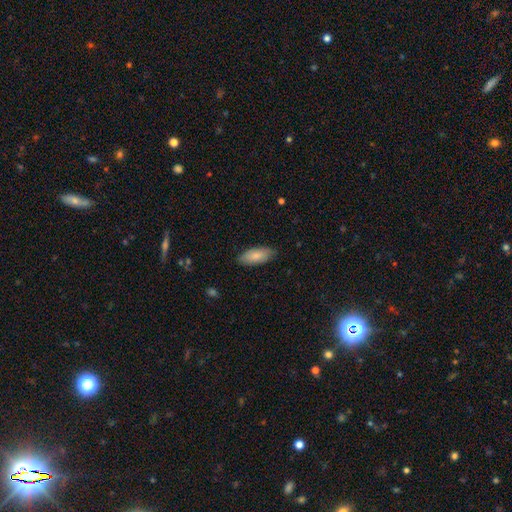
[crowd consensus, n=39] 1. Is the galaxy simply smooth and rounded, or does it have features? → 87% smooth, 10% featured or disk, 3% star or artifact.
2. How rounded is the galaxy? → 97% in between, 3% cigar-shaped, 0% round.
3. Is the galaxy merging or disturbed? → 82% none, 16% minor disturbance, 3% major disturbance, 0% merger.